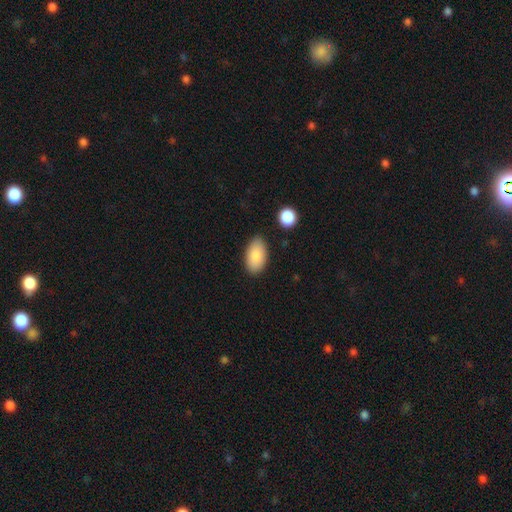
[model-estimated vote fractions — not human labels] smooth_or_featured: smooth (p=0.86) [alt: featured or disk p=0.08]
how_rounded: in between (p=0.94) [alt: round p=0.04]
merging: none (p=0.83) [alt: minor disturbance p=0.12]